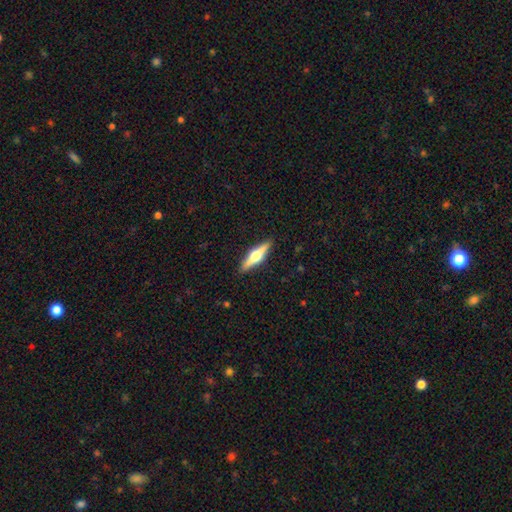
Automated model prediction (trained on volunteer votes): Smooth or featured? featured or disk (67%)
Edge-on disk? yes (97%)
Edge-on bulge? rounded (95%)
Merging? none (91%)